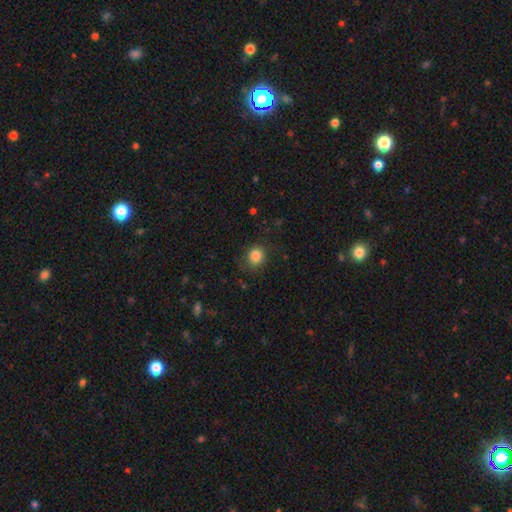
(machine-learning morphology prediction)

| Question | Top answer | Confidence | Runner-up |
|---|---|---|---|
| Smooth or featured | smooth | 85% | star or artifact (11%) |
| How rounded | round | 80% | in between (19%) |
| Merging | none | 80% | minor disturbance (14%) |